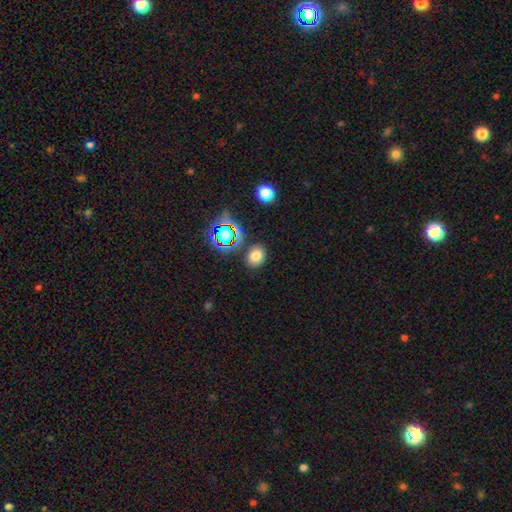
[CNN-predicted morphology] Smooth or featured: smooth — 73% (star or artifact — 19%)
How rounded: in between — 55% (round — 44%)
Merging: none — 82% (minor disturbance — 10%)